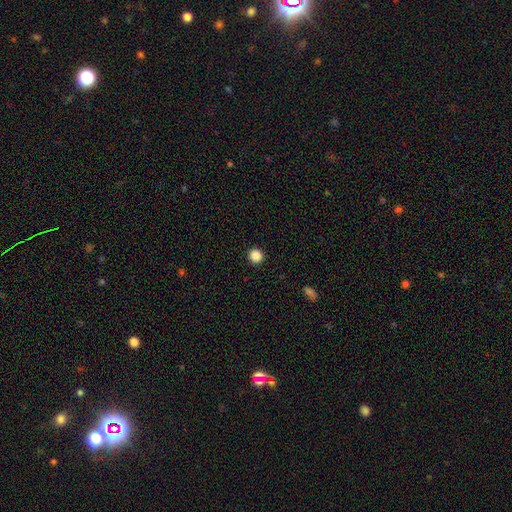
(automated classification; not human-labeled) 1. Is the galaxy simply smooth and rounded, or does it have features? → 87% smooth, 11% star or artifact, 3% featured or disk.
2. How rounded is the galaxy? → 94% round, 5% in between, 1% cigar-shaped.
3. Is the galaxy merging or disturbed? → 93% none, 4% minor disturbance, 2% major disturbance, 1% merger.